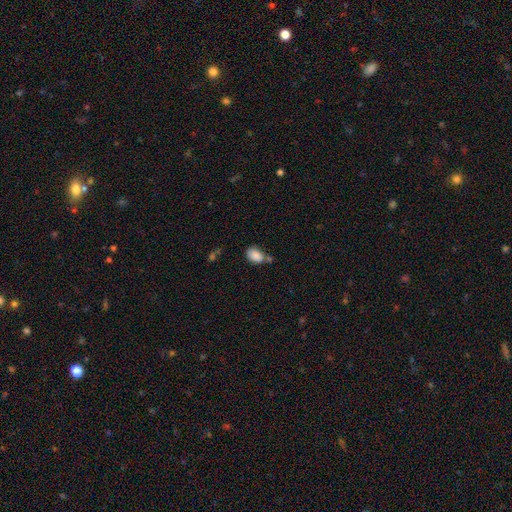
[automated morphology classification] Smooth or featured?
  - smooth: 85% *
  - star or artifact: 8%
  - featured or disk: 6%
How rounded?
  - in between: 85% *
  - round: 13%
  - cigar-shaped: 1%
Merging?
  - none: 52% *
  - minor disturbance: 21%
  - merger: 20%
  - major disturbance: 6%